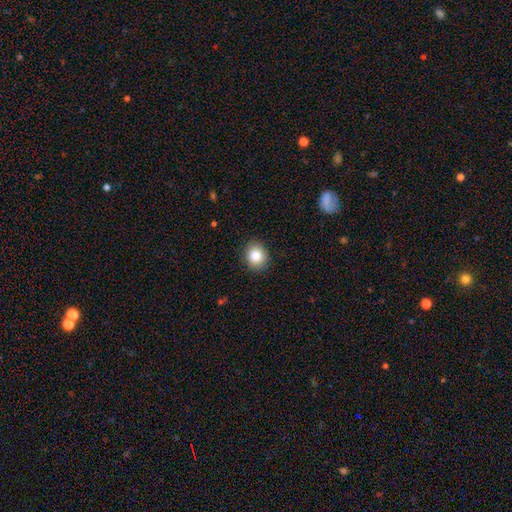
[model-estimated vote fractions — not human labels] A smooth galaxy with no disk features (84%) that is round (62%). Merging: none (89%).